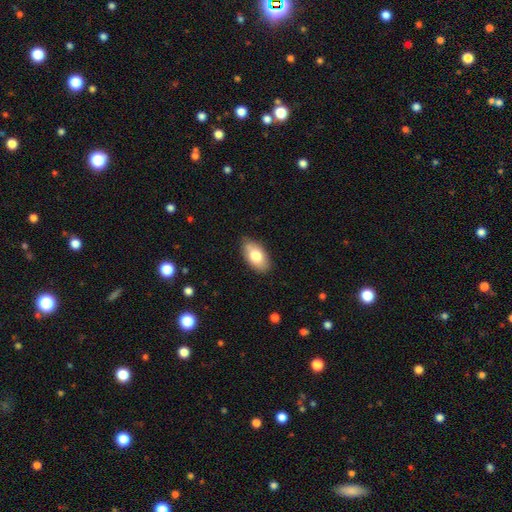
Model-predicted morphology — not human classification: Smooth or featured? smooth (76%)
How rounded? in between (93%)
Merging? none (81%)